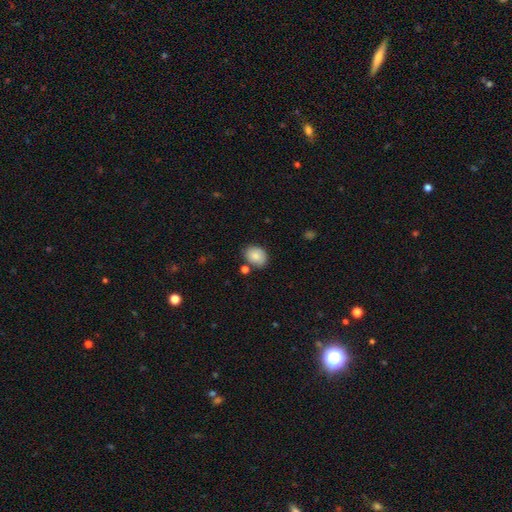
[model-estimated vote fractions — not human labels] Smooth or featured?
  - smooth: 84% *
  - featured or disk: 9%
  - star or artifact: 8%
How rounded?
  - in between: 54% *
  - round: 45%
  - cigar-shaped: 1%
Merging?
  - none: 74% *
  - minor disturbance: 15%
  - merger: 7%
  - major disturbance: 4%